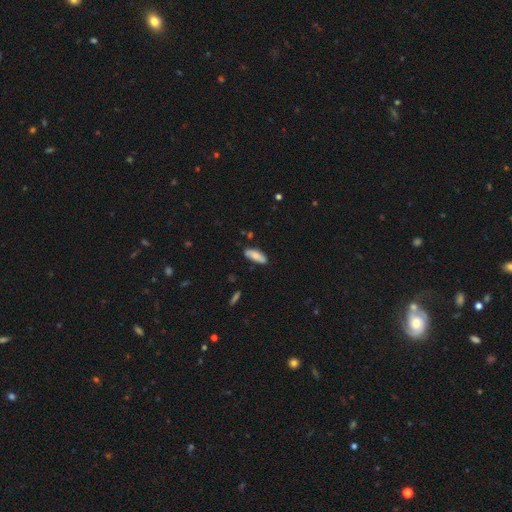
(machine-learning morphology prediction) Smooth or featured? smooth (80%)
How rounded? in between (69%)
Merging? none (83%)